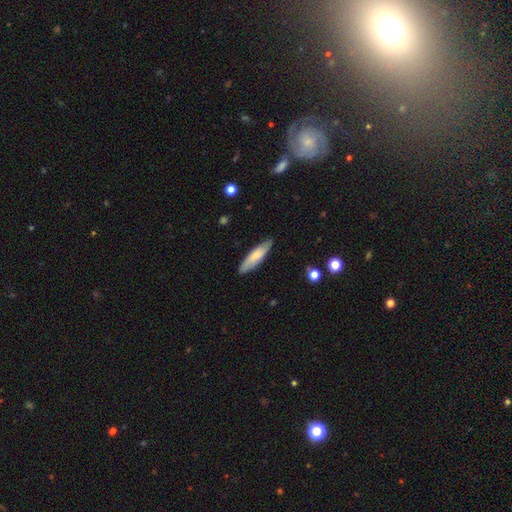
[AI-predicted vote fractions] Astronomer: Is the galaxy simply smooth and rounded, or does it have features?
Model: smooth — 66%.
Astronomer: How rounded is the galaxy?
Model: cigar-shaped — 64%.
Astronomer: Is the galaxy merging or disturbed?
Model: none — 84%.